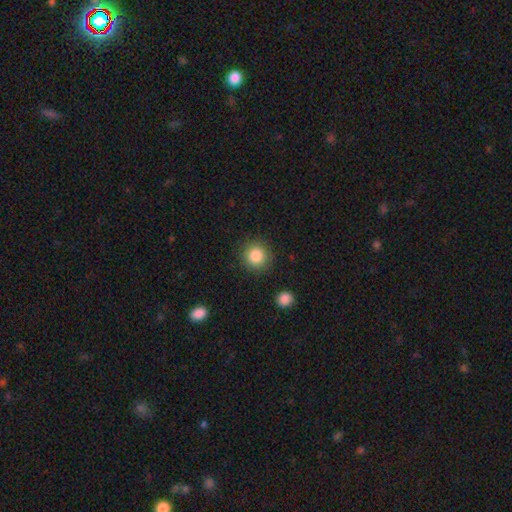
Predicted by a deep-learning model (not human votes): Morphology: type=smooth (84%); roundness=round (93%); merging=none (89%).